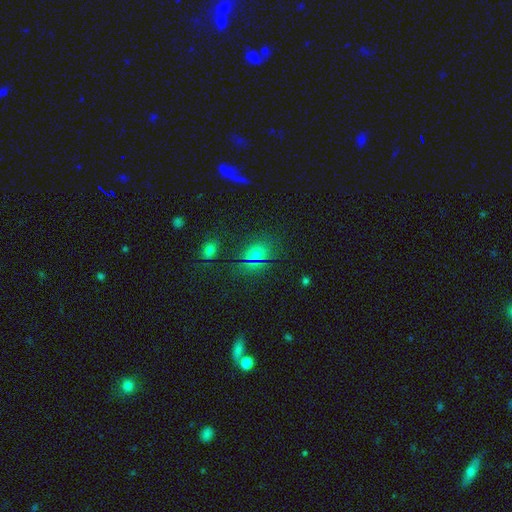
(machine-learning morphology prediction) smooth 65%, star or artifact 26%, featured or disk 9%. Down the decision tree: how rounded — in between (49%); merging — none (79%).